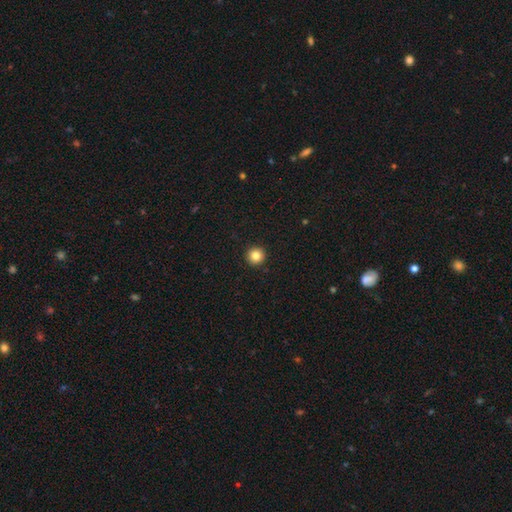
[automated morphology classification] smooth-or-featured: smooth: 84% | star or artifact: 10% | featured or disk: 6%
  how-rounded: round: 96% | in between: 3% | cigar-shaped: 1%
  merging: none: 94% | minor disturbance: 4% | major disturbance: 1% | merger: 1%